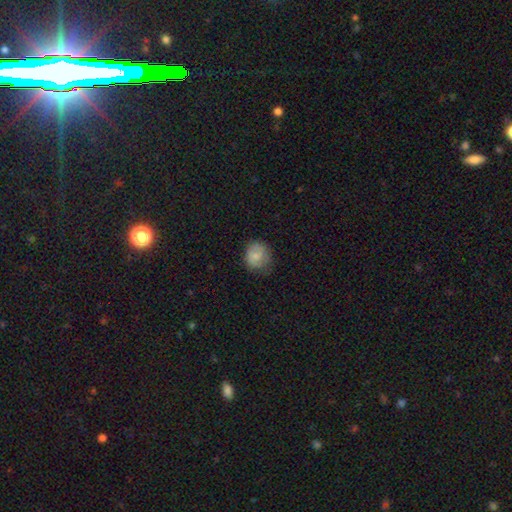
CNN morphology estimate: smooth 78%, featured or disk 14%, star or artifact 8%. Down the decision tree: how rounded — round (76%); merging — none (65%).